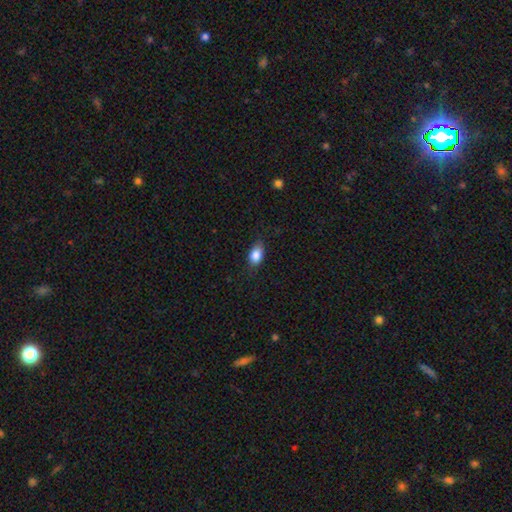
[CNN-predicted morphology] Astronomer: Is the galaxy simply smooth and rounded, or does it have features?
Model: smooth — 85%.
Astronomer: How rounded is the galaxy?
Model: in between — 85%.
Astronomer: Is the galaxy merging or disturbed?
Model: none — 80%.